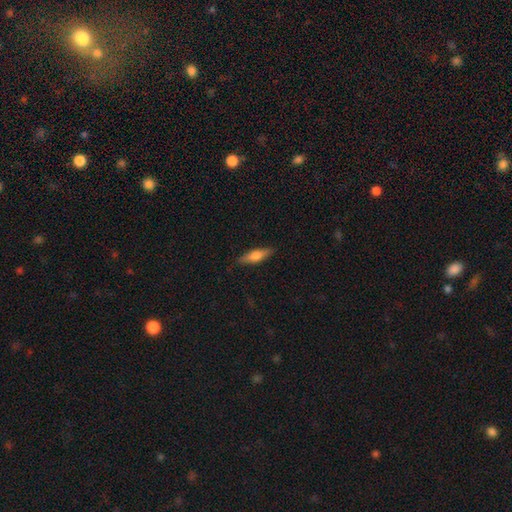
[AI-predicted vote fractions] This is likely a smooth galaxy (62%). How rounded: likely cigar-shaped (61%). Merging: clearly none (87%).